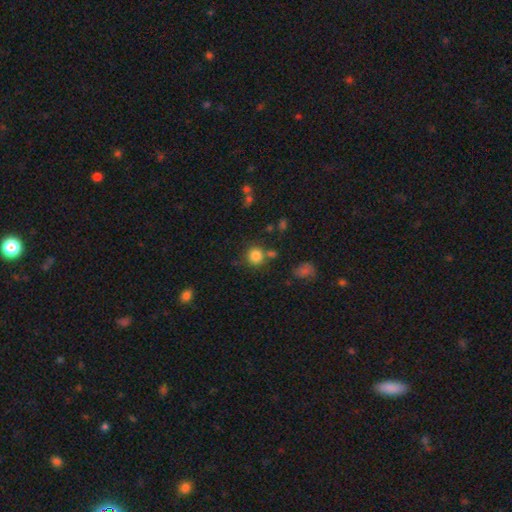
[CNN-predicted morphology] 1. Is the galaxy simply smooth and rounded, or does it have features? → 83% smooth, 11% star or artifact, 5% featured or disk.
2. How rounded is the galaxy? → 90% round, 9% in between, 1% cigar-shaped.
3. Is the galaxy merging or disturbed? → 74% none, 11% merger, 11% minor disturbance, 4% major disturbance.